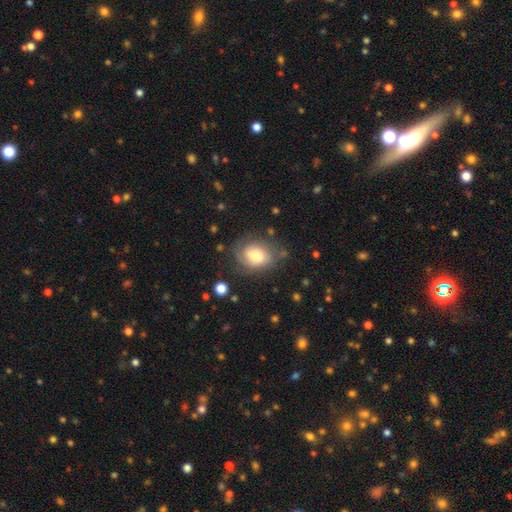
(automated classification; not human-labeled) Morphology: type=featured or disk (48%); merging=none (61%).